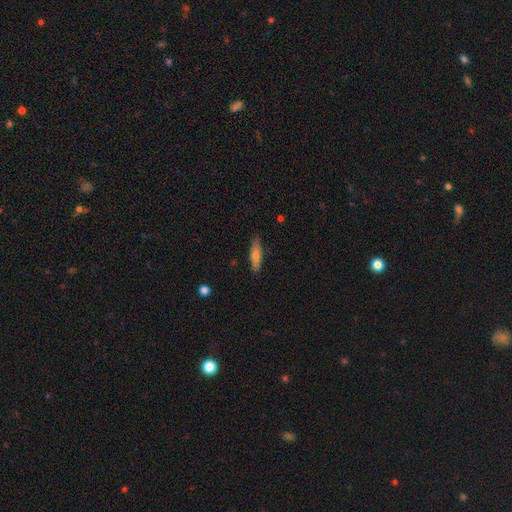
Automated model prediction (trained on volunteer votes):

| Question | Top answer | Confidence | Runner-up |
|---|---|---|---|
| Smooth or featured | smooth | 61% | featured or disk (32%) |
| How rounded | cigar-shaped | 75% | in between (23%) |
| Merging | none | 87% | minor disturbance (10%) |